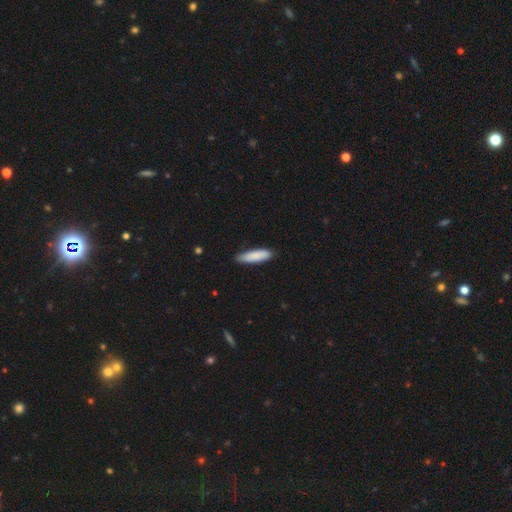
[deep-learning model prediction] smooth 86%, featured or disk 9%, star or artifact 5%. Down the decision tree: how rounded — cigar-shaped (64%); merging — none (83%).